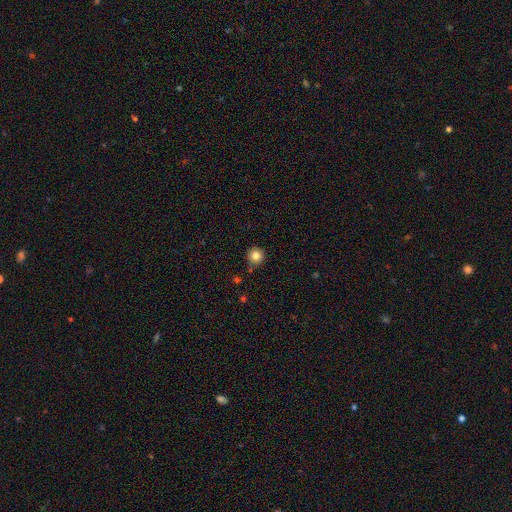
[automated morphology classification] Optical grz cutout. It shows a smooth galaxy with no disk features (83%) that is round (95%). Merging: none (85%).